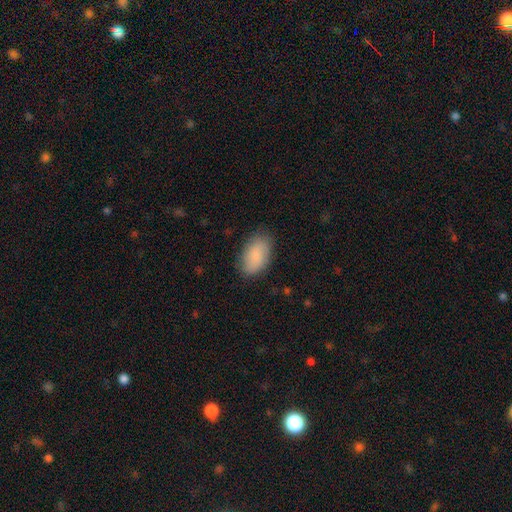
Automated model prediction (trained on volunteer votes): The model was most divided on "merging": none: 83%, minor disturbance: 13%, major disturbance: 3%, merger: 1%. More confident: how rounded — in between (93%); smooth or featured — smooth (87%).